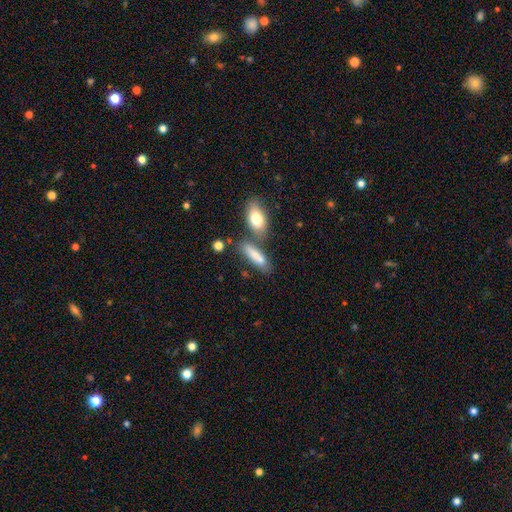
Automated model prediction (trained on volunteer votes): Overall: smooth (77%). How rounded: cigar-shaped (50%; in between 47%). Merging: none (56%; merger 23%).